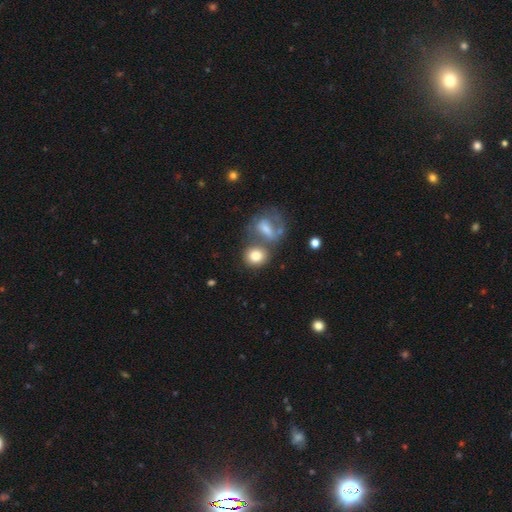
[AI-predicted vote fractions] This appears to be a smooth galaxy with no disk features (78%) that is round (73%). Merging: none (45%).